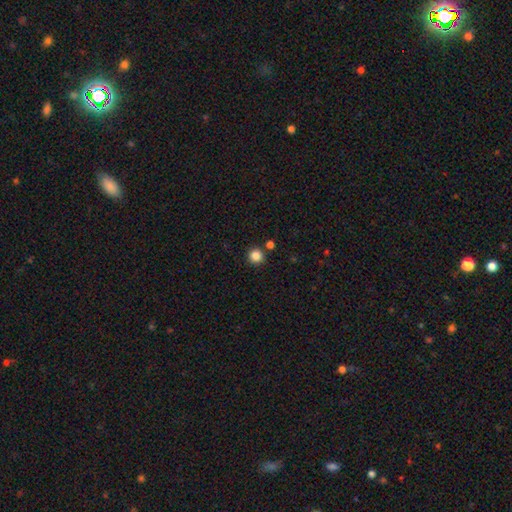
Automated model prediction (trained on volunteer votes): smooth 85%, star or artifact 11%, featured or disk 4%. Down the decision tree: how rounded — round (96%); merging — none (88%).